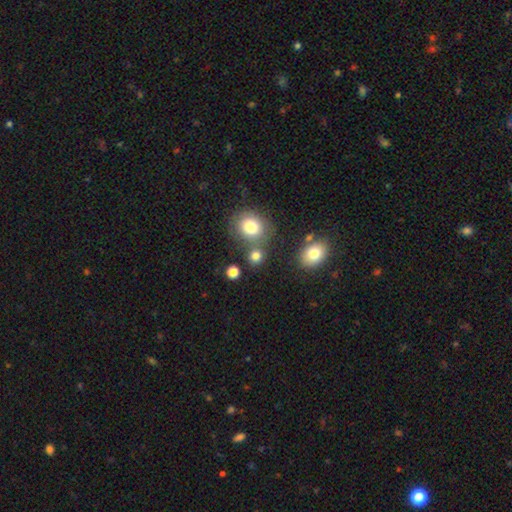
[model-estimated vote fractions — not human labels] Overall: smooth (79%). How rounded: round (80%). Merging: none (64%).